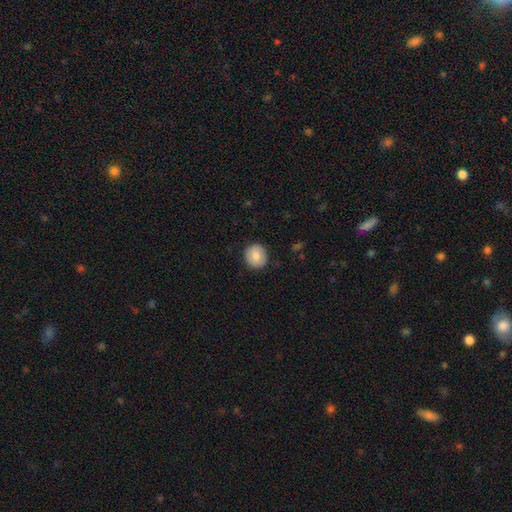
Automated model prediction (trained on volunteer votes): Q: Smooth or featured?
A: smooth (82%); runner-up: featured or disk (11%)
Q: How rounded?
A: round (91%); runner-up: in between (8%)
Q: Merging?
A: none (90%); runner-up: minor disturbance (7%)